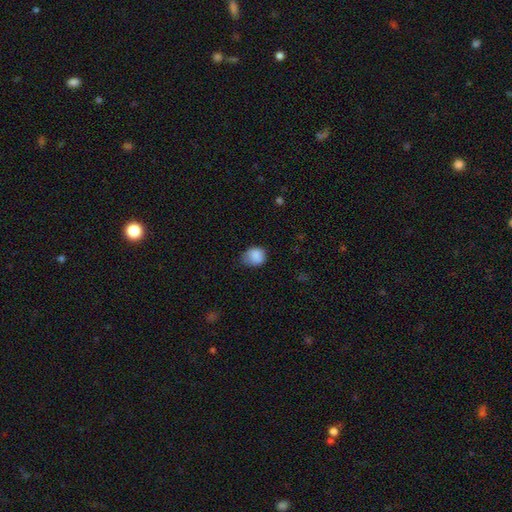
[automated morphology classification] smooth 86%, star or artifact 8%, featured or disk 5%. Down the decision tree: how rounded — round (66%); merging — none (55%).